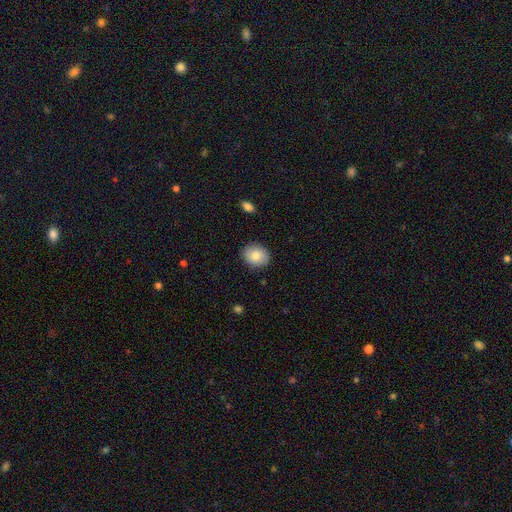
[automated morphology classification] Q: Smooth or featured?
A: smooth (84%); runner-up: featured or disk (9%)
Q: How rounded?
A: round (58%); runner-up: in between (41%)
Q: Merging?
A: none (89%); runner-up: minor disturbance (8%)